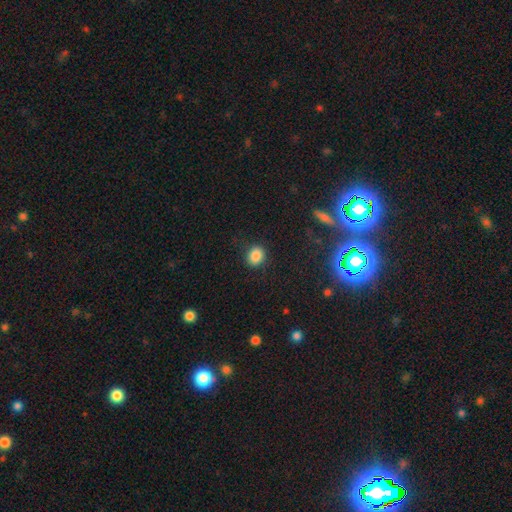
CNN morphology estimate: smooth_or_featured: smooth (p=0.86) [alt: star or artifact p=0.10]
how_rounded: round (p=0.62) [alt: in between p=0.37]
merging: none (p=0.85) [alt: minor disturbance p=0.10]